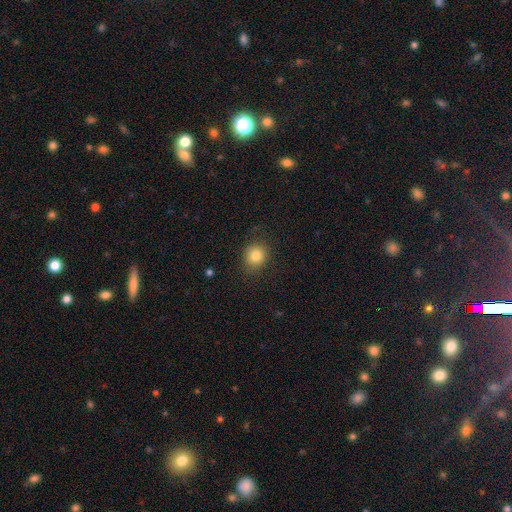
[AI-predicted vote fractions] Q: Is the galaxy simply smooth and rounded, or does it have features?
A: smooth — 82%.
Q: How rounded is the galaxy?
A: round — 76%.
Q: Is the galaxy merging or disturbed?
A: none — 83%.